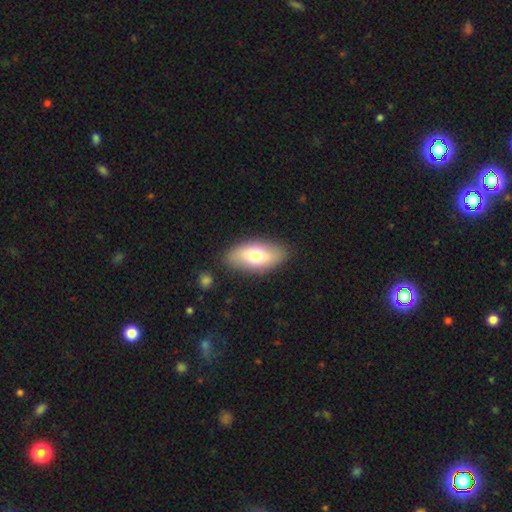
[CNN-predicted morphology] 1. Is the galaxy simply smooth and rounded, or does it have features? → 69% smooth, 24% featured or disk, 7% star or artifact.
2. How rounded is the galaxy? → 91% in between, 5% cigar-shaped, 4% round.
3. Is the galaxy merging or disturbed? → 85% none, 10% minor disturbance, 3% major disturbance, 2% merger.